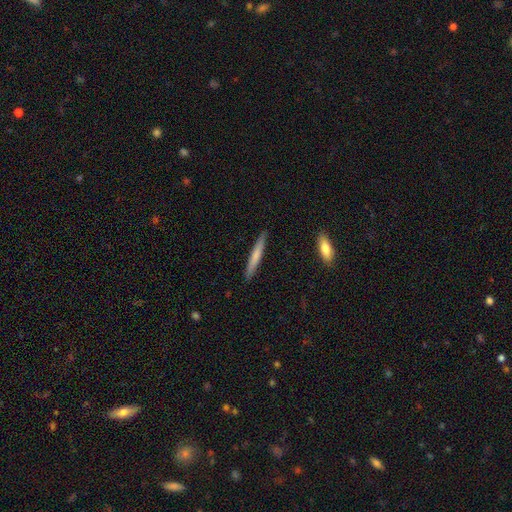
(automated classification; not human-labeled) This appears to be a smooth galaxy with no disk features (66%) that is cigar-shaped (95%). Merging: none (90%).